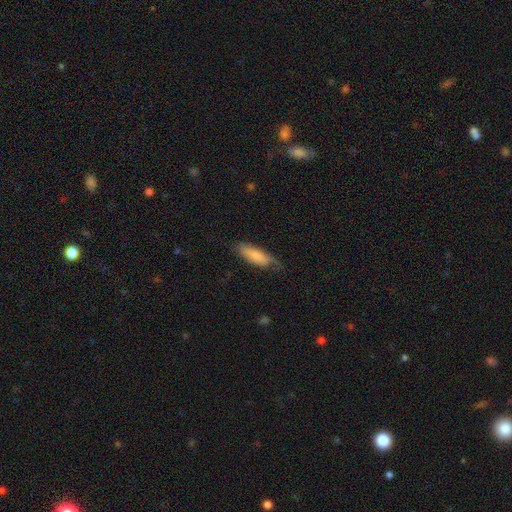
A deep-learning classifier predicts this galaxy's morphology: A smooth galaxy with no disk features (80%) that is in between round and cigar-shaped (52%).

Vote fractions:
- Smooth or featured? smooth: 80% / featured or disk: 15% / star or artifact: 6%
- How rounded? in between: 52% / cigar-shaped: 46% / round: 2%
- Merging? none: 60% / minor disturbance: 30% / major disturbance: 8% / merger: 2%